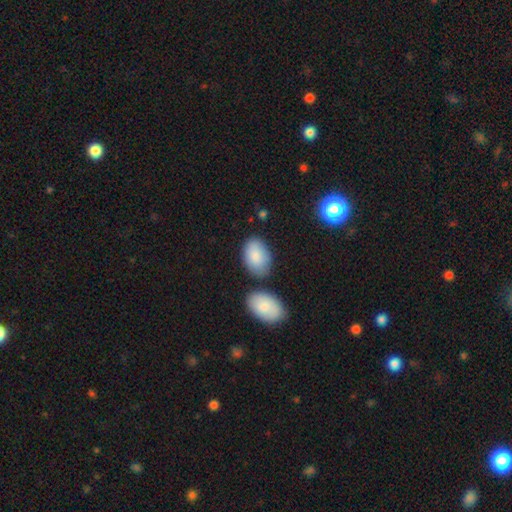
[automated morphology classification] This is clearly a smooth galaxy (87%). How rounded: clearly in between (89%). Merging: likely none (65%).